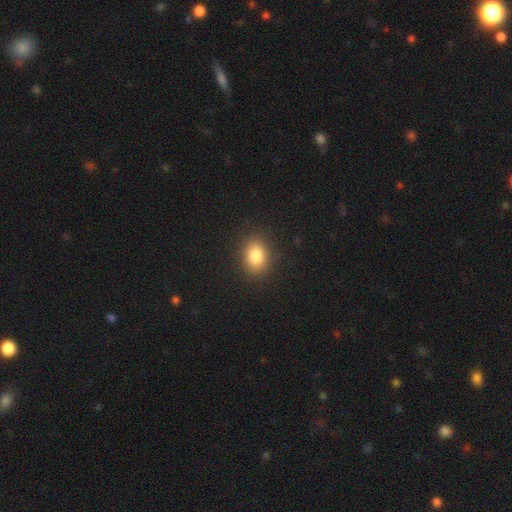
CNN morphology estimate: smooth-or-featured: smooth: 85% | star or artifact: 9% | featured or disk: 6%
  how-rounded: in between: 66% | round: 33% | cigar-shaped: 1%
  merging: none: 88% | minor disturbance: 8% | major disturbance: 3% | merger: 1%